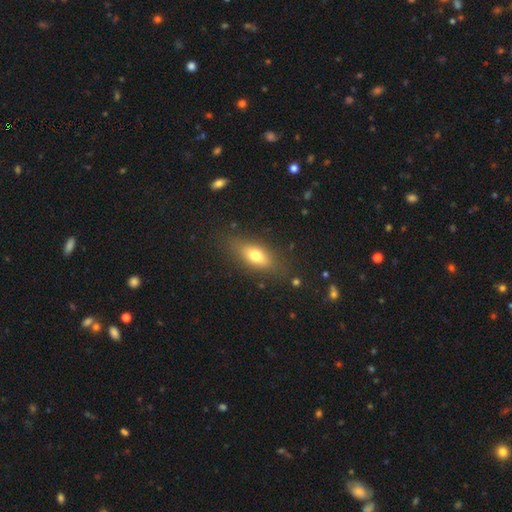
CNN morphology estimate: smooth_or_featured: smooth (p=0.71) [alt: featured or disk p=0.20]
how_rounded: in between (p=0.76) [alt: cigar-shaped p=0.17]
merging: none (p=0.80) [alt: minor disturbance p=0.14]